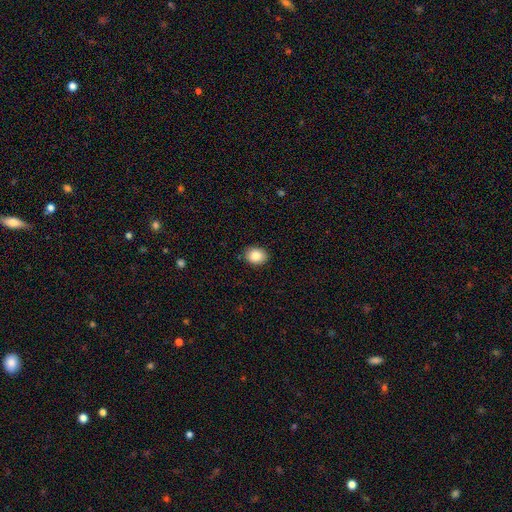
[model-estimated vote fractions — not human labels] Overall: smooth (86%). How rounded: in between (55%; round 44%). Merging: none (89%).